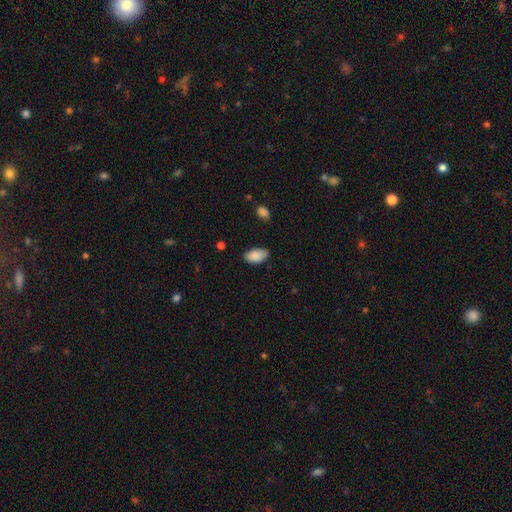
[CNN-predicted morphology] type=smooth (89%); roundness=in between (94%); merging=none (80%).